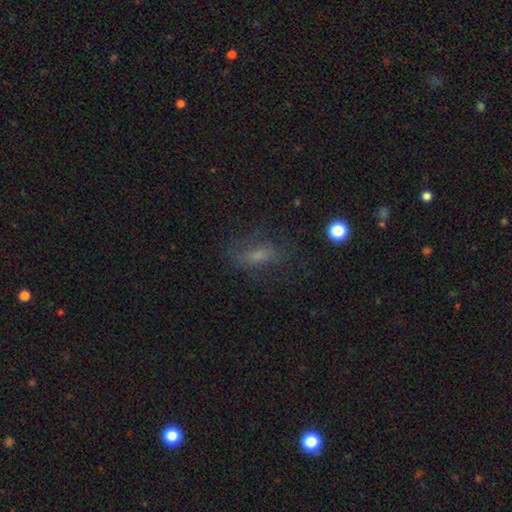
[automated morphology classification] This is possibly a smooth galaxy (55%). How rounded: likely in between (68%). Merging: likely none (63%).